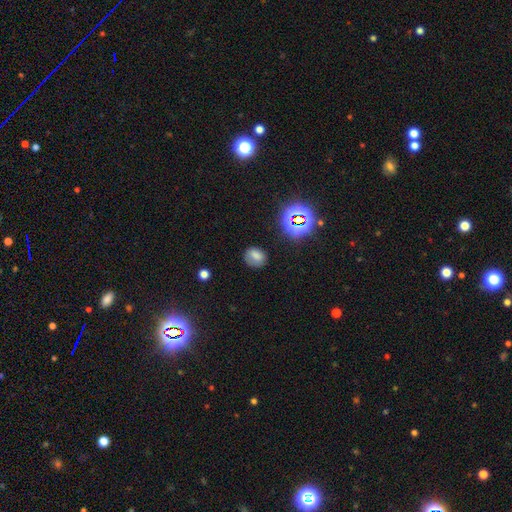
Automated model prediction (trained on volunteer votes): A smooth galaxy with no disk features (72%) that is round (52%).

Vote fractions:
- Smooth or featured? smooth: 72% / star or artifact: 18% / featured or disk: 10%
- How rounded? round: 52% / in between: 46% / cigar-shaped: 1%
- Merging? none: 71% / minor disturbance: 20% / major disturbance: 7% / merger: 2%